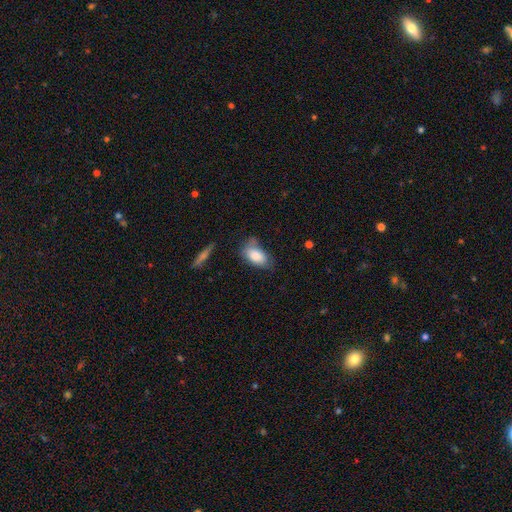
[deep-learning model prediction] smooth 84%, featured or disk 9%, star or artifact 7%. Down the decision tree: how rounded — in between (92%); merging — none (55%).